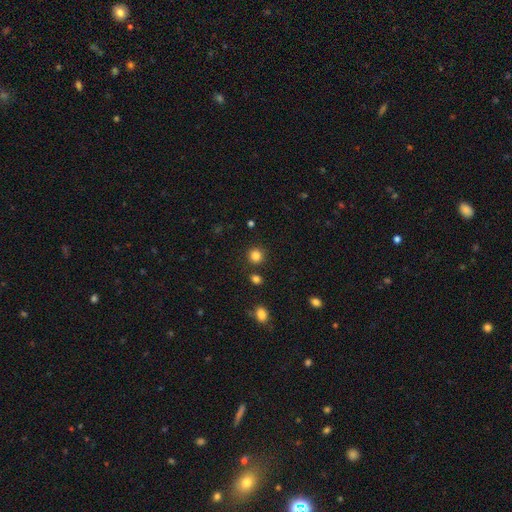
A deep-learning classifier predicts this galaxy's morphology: A smooth galaxy with no disk features (83%) that is round (92%).

Vote fractions:
- Smooth or featured? smooth: 83% / star or artifact: 12% / featured or disk: 4%
- How rounded? round: 92% / in between: 7% / cigar-shaped: 1%
- Merging? none: 87% / minor disturbance: 7% / merger: 4% / major disturbance: 2%